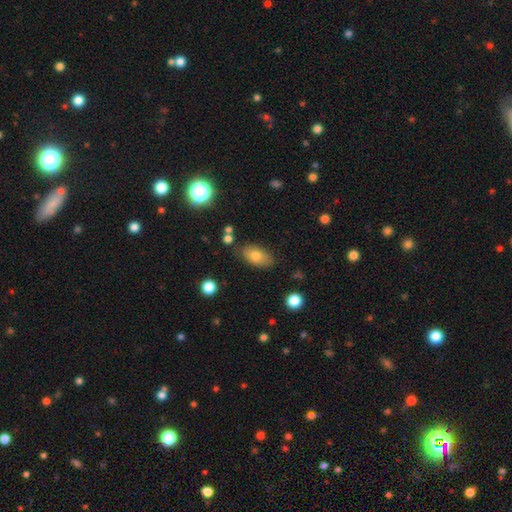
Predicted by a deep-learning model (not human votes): Smooth or featured? Predicted: smooth (p=0.75). How rounded? Predicted: in between (p=0.90). Merging? Predicted: none (p=0.78).